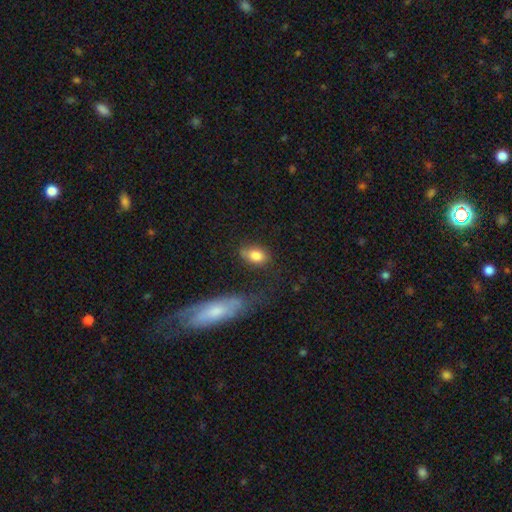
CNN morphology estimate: type=smooth (82%); roundness=in between (84%); merging=none (69%).